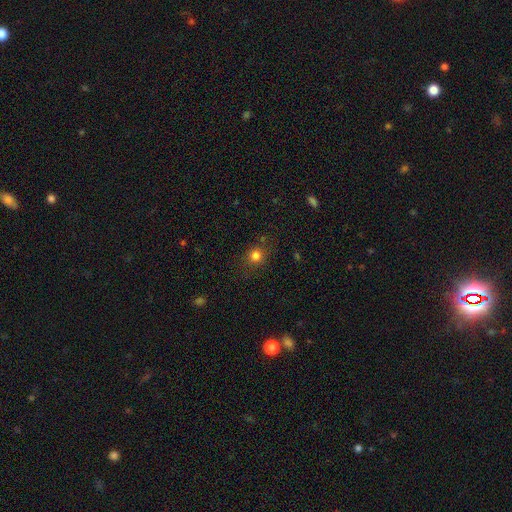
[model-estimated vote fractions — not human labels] A smooth galaxy with no disk features (80%) that is round (86%).

Vote fractions:
- Smooth or featured? smooth: 80% / star or artifact: 14% / featured or disk: 6%
- How rounded? round: 86% / in between: 13% / cigar-shaped: 1%
- Merging? none: 82% / minor disturbance: 11% / major disturbance: 4% / merger: 2%